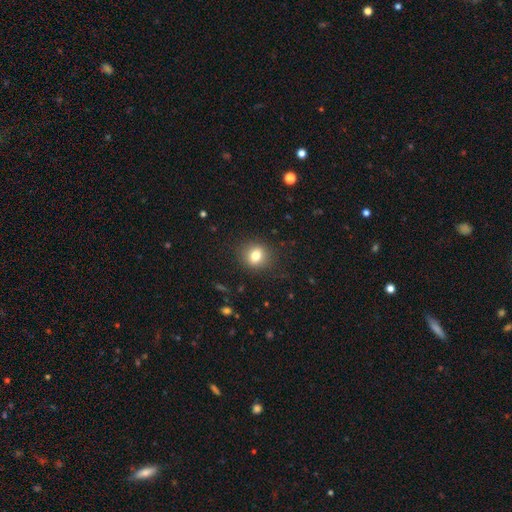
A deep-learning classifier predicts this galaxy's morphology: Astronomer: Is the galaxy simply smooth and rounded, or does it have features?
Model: smooth — 79%.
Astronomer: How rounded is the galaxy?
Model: round — 70%.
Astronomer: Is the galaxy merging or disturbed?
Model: none — 87%.